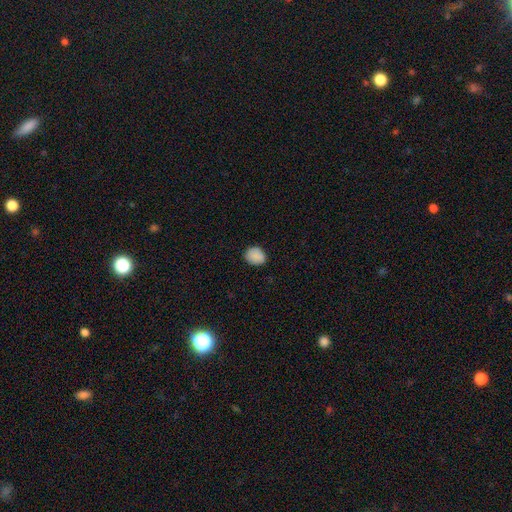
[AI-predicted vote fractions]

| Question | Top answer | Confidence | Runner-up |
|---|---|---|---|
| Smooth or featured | smooth | 88% | star or artifact (8%) |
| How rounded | round | 59% | in between (40%) |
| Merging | none | 82% | minor disturbance (14%) |